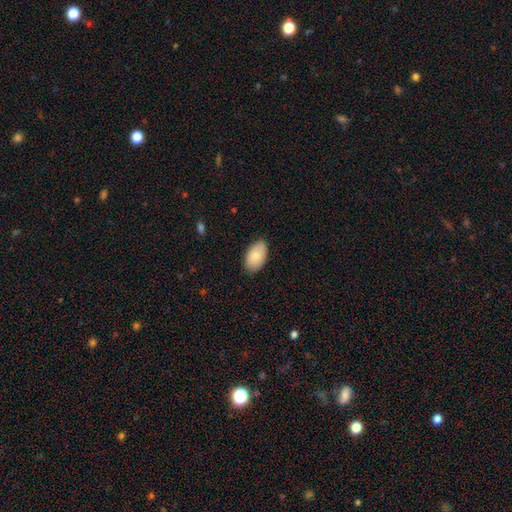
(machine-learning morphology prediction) Q: Smooth or featured?
A: smooth (87%); runner-up: featured or disk (7%)
Q: How rounded?
A: in between (95%); runner-up: round (4%)
Q: Merging?
A: none (85%); runner-up: minor disturbance (12%)